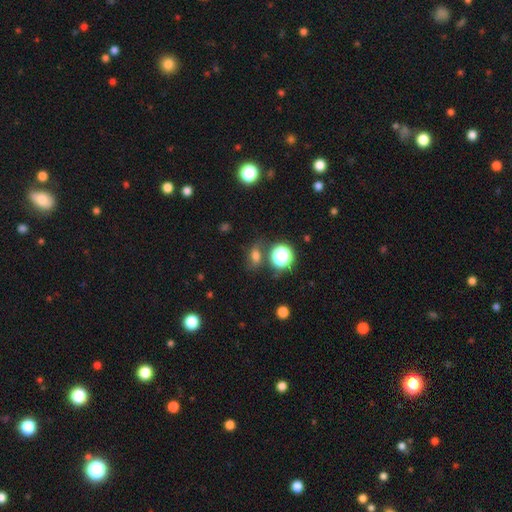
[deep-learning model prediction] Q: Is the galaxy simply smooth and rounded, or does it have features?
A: smooth — 65%.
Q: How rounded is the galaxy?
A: in between — 62%.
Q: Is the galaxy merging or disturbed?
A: none — 71%.